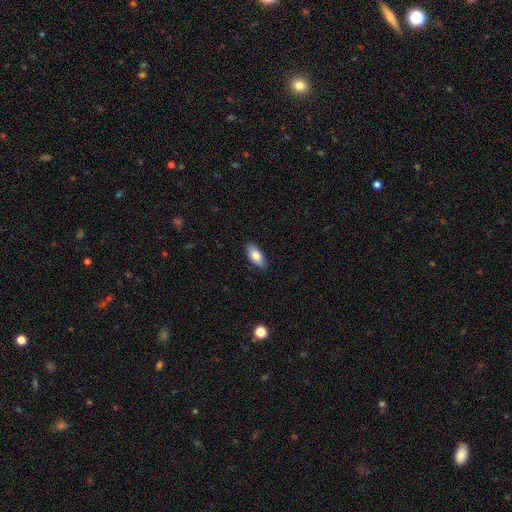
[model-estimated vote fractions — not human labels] This appears to be a smooth galaxy with no disk features (81%) that is in between round and cigar-shaped (86%). Merging: none (88%).